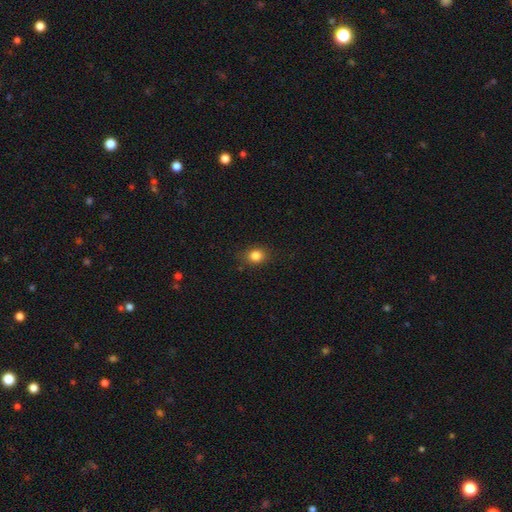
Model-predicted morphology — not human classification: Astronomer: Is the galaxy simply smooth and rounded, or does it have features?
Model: smooth — 83%.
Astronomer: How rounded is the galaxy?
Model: round — 60% (runner-up: in between, 39%).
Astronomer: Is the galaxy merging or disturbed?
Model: none — 84%.